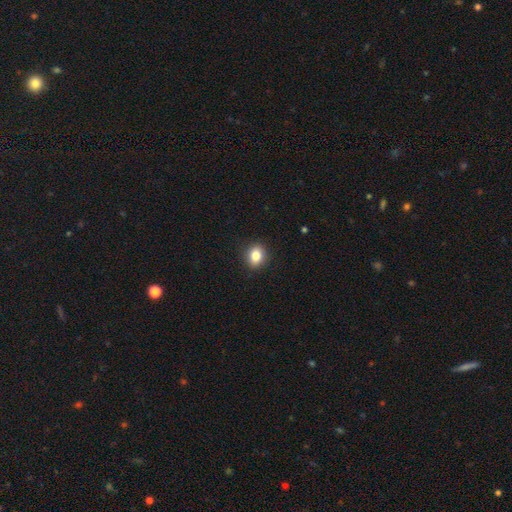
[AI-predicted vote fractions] smooth 83%, star or artifact 10%, featured or disk 7%. Down the decision tree: how rounded — round (58%); merging — none (90%).